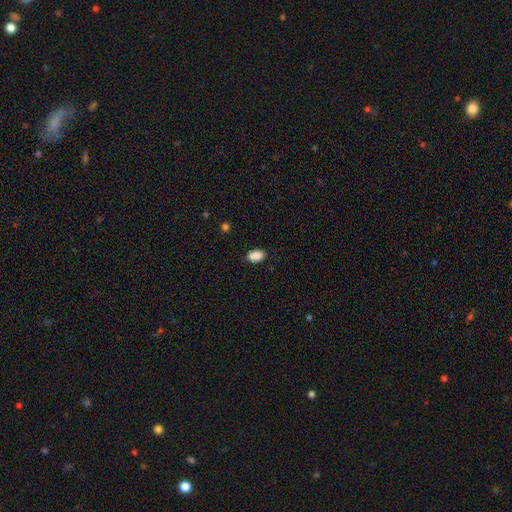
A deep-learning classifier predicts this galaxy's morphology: A smooth galaxy with no disk features (89%) that is in between round and cigar-shaped (91%).

Vote fractions:
- Smooth or featured? smooth: 89% / star or artifact: 7% / featured or disk: 3%
- How rounded? in between: 91% / round: 7% / cigar-shaped: 2%
- Merging? none: 86% / minor disturbance: 10% / major disturbance: 2% / merger: 1%